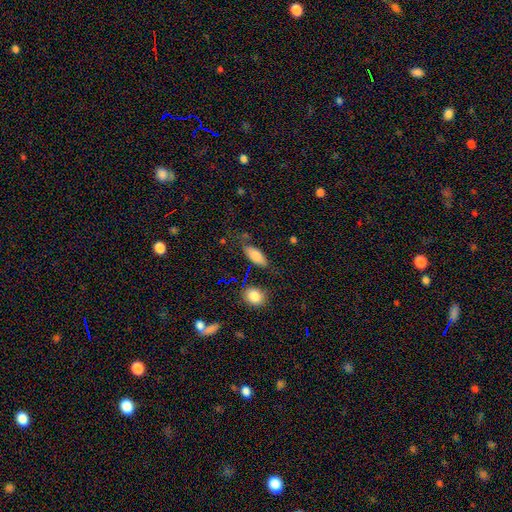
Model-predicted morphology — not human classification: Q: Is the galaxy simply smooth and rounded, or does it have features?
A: smooth — 79%.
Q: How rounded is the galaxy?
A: in between — 79%.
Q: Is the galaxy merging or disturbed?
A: none — 70%.